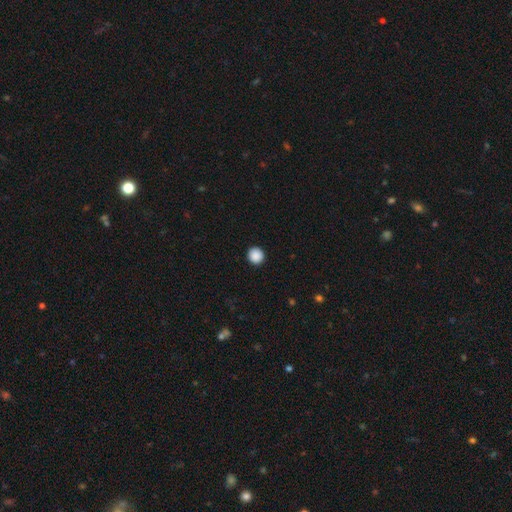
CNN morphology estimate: A smooth galaxy with no disk features (89%) that is round (94%). Merging: none (93%).